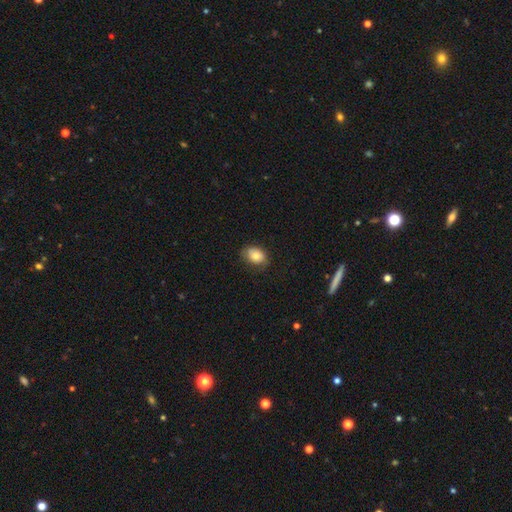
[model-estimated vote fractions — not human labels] Smooth or featured?
  - smooth: 78% *
  - featured or disk: 13%
  - star or artifact: 8%
How rounded?
  - in between: 71% *
  - round: 28%
  - cigar-shaped: 1%
Merging?
  - none: 73% *
  - minor disturbance: 21%
  - major disturbance: 5%
  - merger: 1%